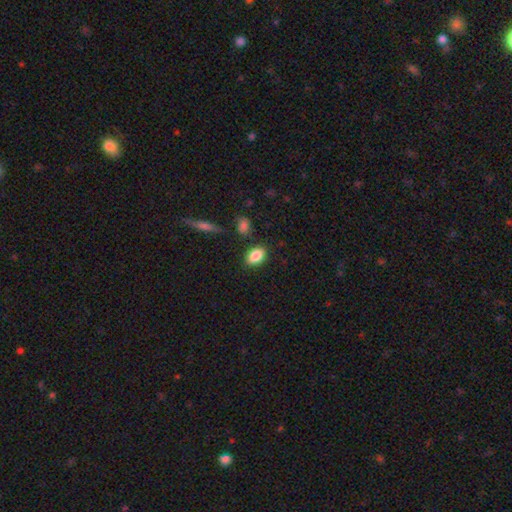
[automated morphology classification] type=smooth (87%); roundness=in between (86%); merging=none (84%).